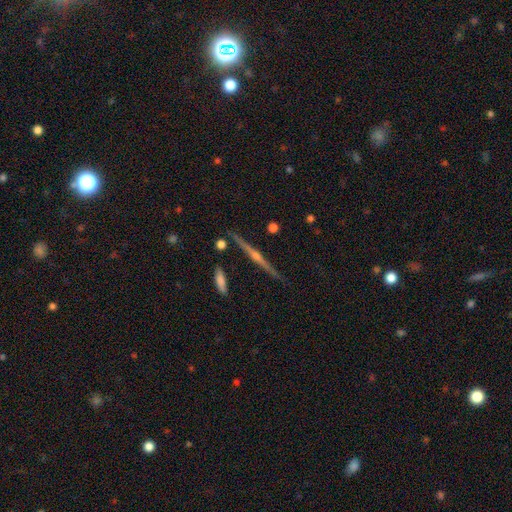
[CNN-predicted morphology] Smooth or featured: featured or disk — 83% (smooth — 10%)
Edge-on disk: yes — 98% (no — 2%)
Edge-on bulge: rounded — 87% (none — 8%)
Merging: none — 89% (minor disturbance — 7%)